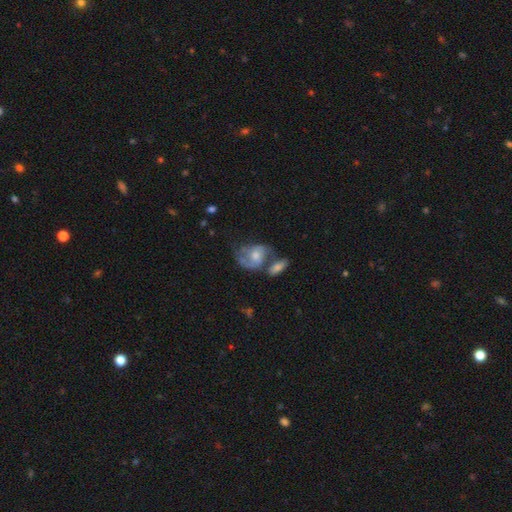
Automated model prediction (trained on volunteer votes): smooth_or_featured: featured or disk (p=0.65) [alt: smooth p=0.26]
disk_edge_on: no (p=0.96) [alt: yes p=0.04]
bar: no (p=0.65) [alt: weak p=0.29]
has_spiral_arms: yes (p=0.83) [alt: no p=0.17]
spiral_winding: medium (p=0.47) [alt: tight p=0.28]
spiral_arm_count: 2 (p=0.64) [alt: can't tell p=0.17]
bulge_size: moderate (p=0.60) [alt: small p=0.29]
merging: merger (p=0.35) [alt: none p=0.34]